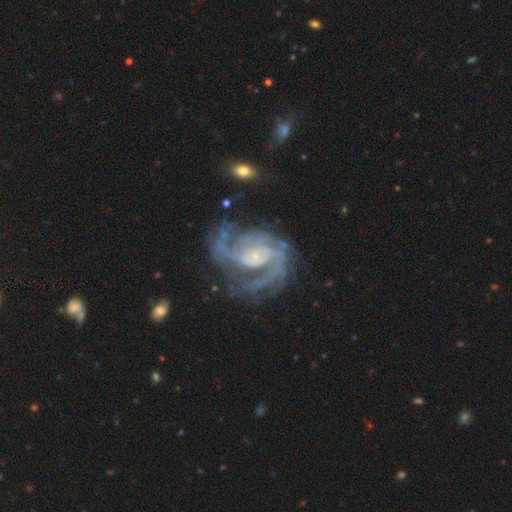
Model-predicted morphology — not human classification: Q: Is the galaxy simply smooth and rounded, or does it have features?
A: featured or disk — 91%.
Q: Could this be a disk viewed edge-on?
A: no — 98%.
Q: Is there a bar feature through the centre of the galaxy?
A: no — 49%.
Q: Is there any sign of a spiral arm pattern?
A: yes — 98%.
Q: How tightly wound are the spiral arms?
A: medium — 52%.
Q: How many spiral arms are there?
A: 2 — 41%.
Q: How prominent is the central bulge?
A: small — 67%.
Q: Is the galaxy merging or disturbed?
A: none — 62%.